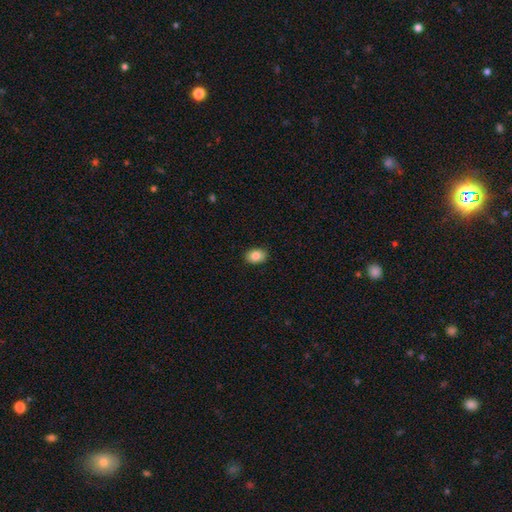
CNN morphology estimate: Smooth or featured?
  - smooth: 84% *
  - star or artifact: 8%
  - featured or disk: 8%
How rounded?
  - in between: 70% *
  - round: 29%
  - cigar-shaped: 1%
Merging?
  - none: 89% *
  - minor disturbance: 9%
  - major disturbance: 2%
  - merger: 1%